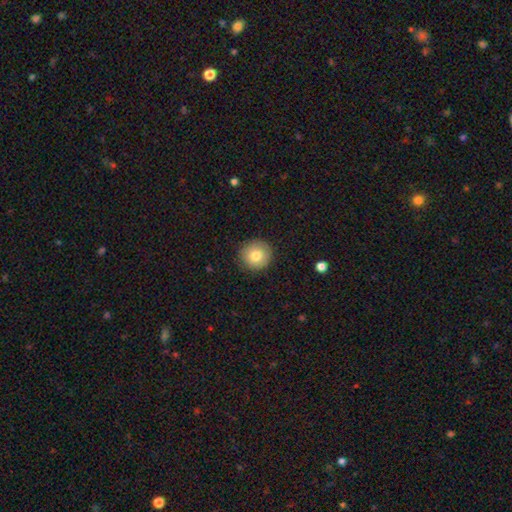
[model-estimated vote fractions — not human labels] smooth 80%, featured or disk 11%, star or artifact 9%. Down the decision tree: how rounded — round (95%); merging — none (90%).